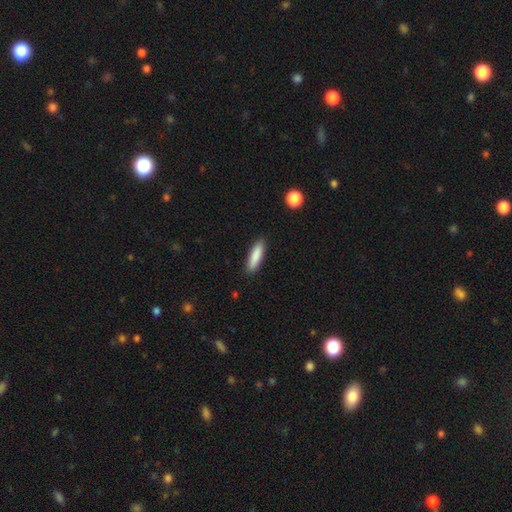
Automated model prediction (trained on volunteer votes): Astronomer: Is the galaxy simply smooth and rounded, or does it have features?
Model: smooth — 86%.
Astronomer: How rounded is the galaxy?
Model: cigar-shaped — 73%.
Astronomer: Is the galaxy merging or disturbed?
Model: none — 89%.